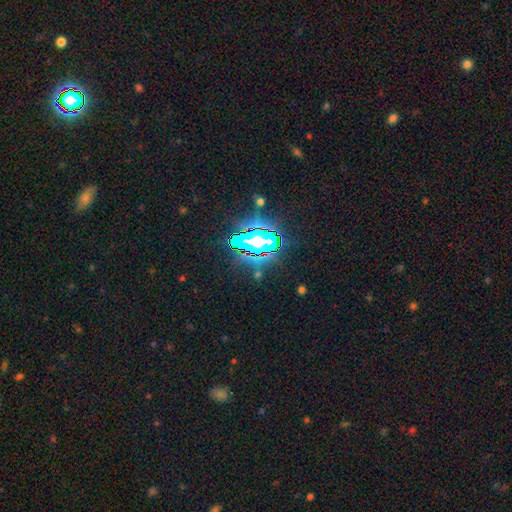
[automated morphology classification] Q: Smooth or featured?
A: star or artifact (74%); runner-up: smooth (13%)